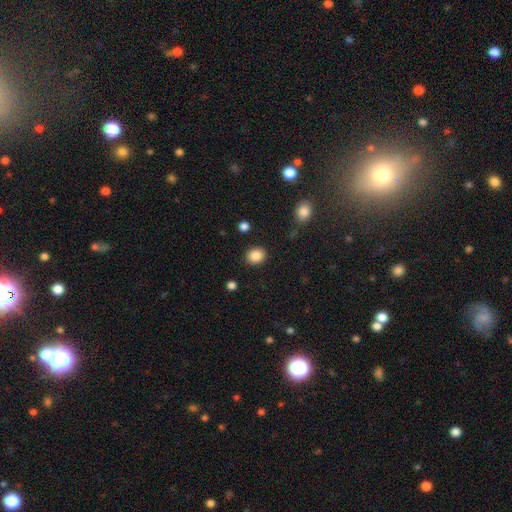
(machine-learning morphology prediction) The model was most divided on "how rounded": round: 67%, in between: 32%, cigar-shaped: 1%. More confident: merging — none (89%); smooth or featured — smooth (86%).